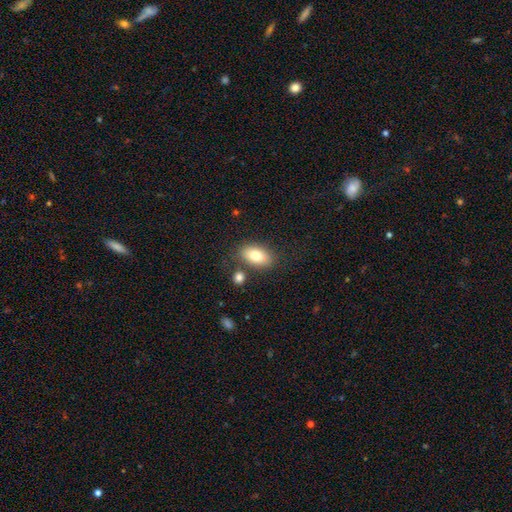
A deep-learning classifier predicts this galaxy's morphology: type=smooth (79%); roundness=in between (91%); merging=none (76%).